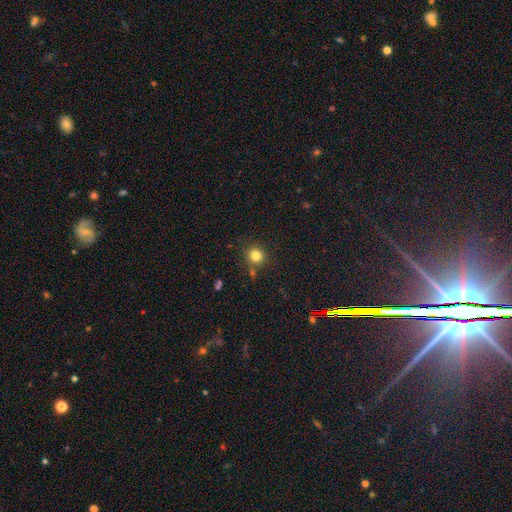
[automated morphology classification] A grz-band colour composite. It shows a smooth galaxy with no disk features (82%) that is round (88%). Merging: none (79%).